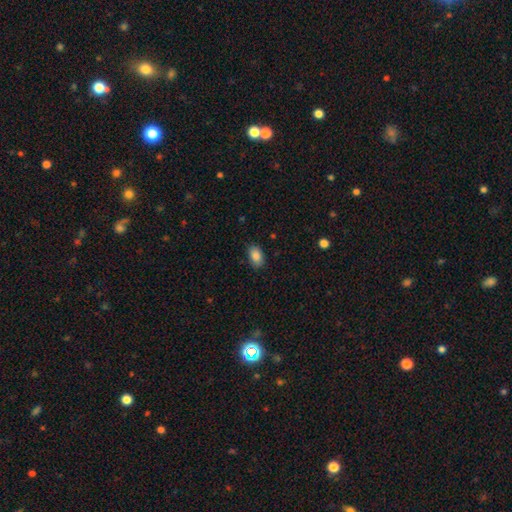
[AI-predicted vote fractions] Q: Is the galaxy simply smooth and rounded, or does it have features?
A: smooth — 87%.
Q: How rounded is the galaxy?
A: in between — 86%.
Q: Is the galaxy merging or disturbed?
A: none — 84%.